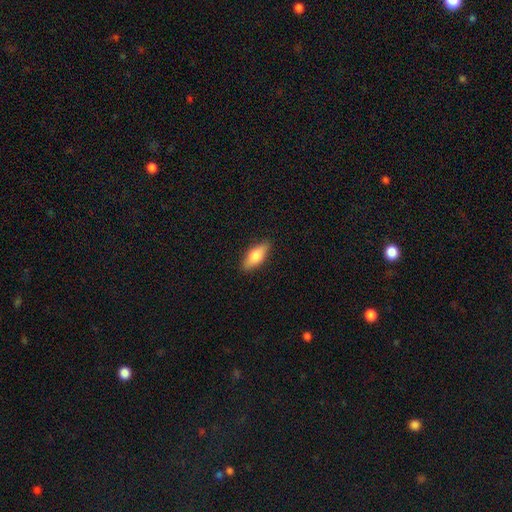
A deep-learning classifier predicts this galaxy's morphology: Smooth or featured? smooth (72%)
How rounded? in between (76%)
Merging? none (87%)